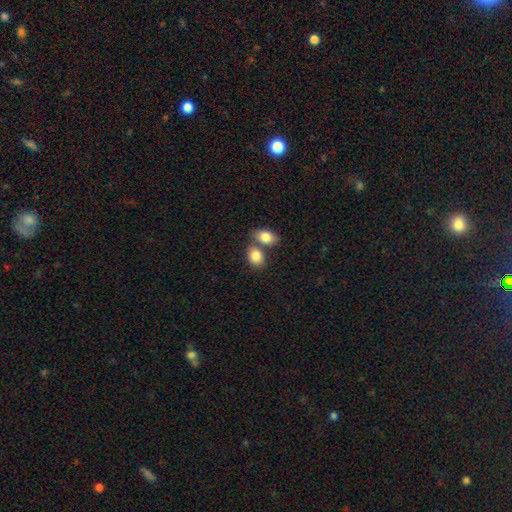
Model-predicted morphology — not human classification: The model was most divided on "merging": none: 46%, merger: 42%, minor disturbance: 10%, major disturbance: 3%. More confident: smooth or featured — smooth (85%); how rounded — in between (63%).